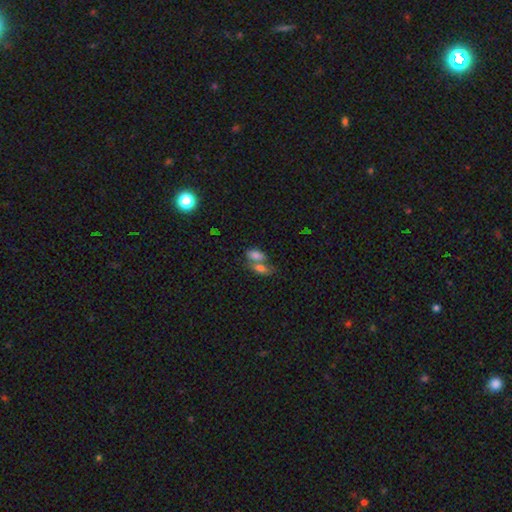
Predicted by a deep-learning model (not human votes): This appears to be a smooth galaxy with no disk features (76%) that is in between round and cigar-shaped (86%). Merging: merger (62%).